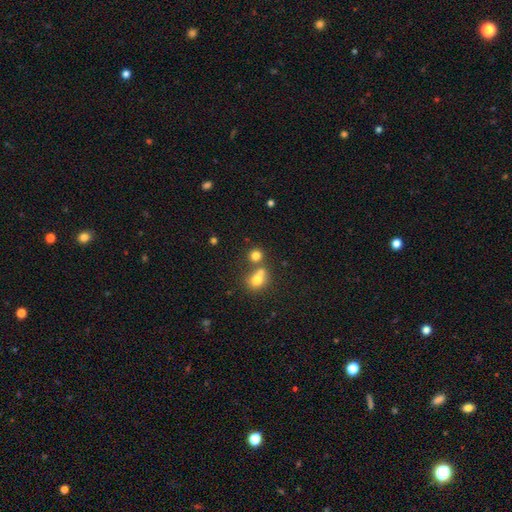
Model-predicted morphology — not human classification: type=smooth (77%); roundness=round (80%); merging=none (52%).